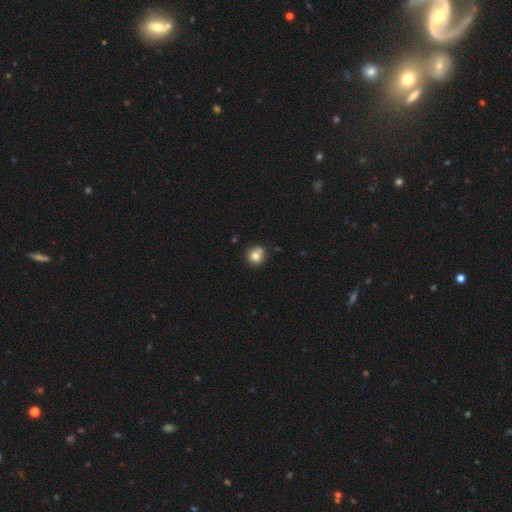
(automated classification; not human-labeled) smooth_or_featured: smooth (p=0.79) [alt: star or artifact p=0.11]
how_rounded: round (p=0.90) [alt: in between p=0.09]
merging: none (p=0.70) [alt: merger p=0.14]